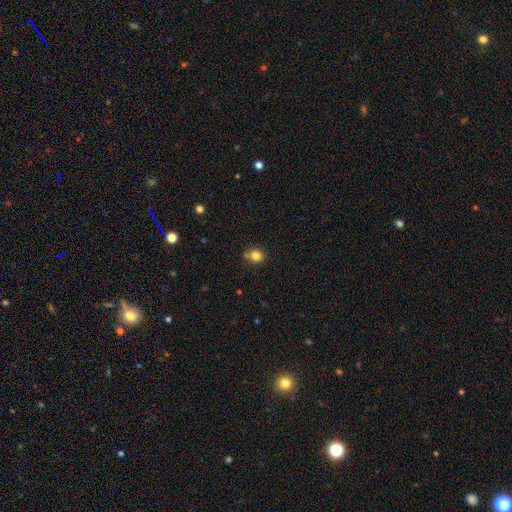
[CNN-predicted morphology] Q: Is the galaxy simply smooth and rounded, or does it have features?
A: smooth — 82%.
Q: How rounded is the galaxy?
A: round — 79%.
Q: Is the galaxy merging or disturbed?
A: none — 71%.